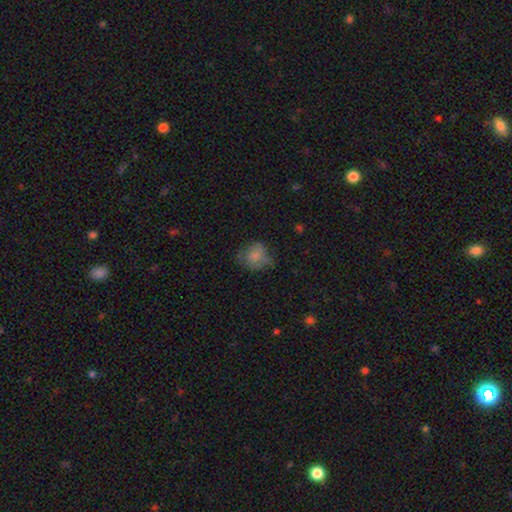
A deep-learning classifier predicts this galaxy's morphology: A smooth galaxy with no disk features (70%) that is round (67%). Merging: none (48%).